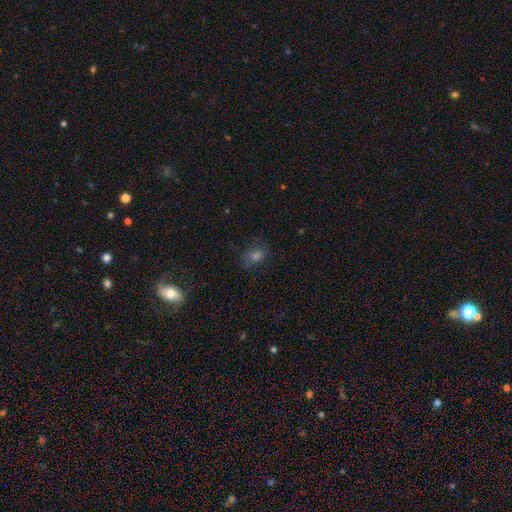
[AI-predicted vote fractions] This is possibly a smooth galaxy (59%). How rounded: possibly in between (59%). Merging: likely none (74%).